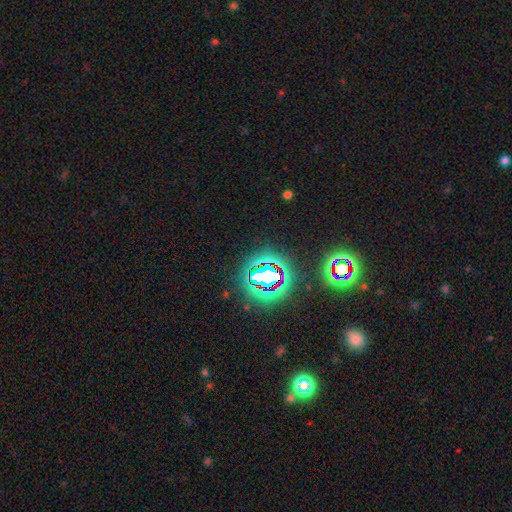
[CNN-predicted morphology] Smooth or featured? Predicted: star or artifact (p=0.79).